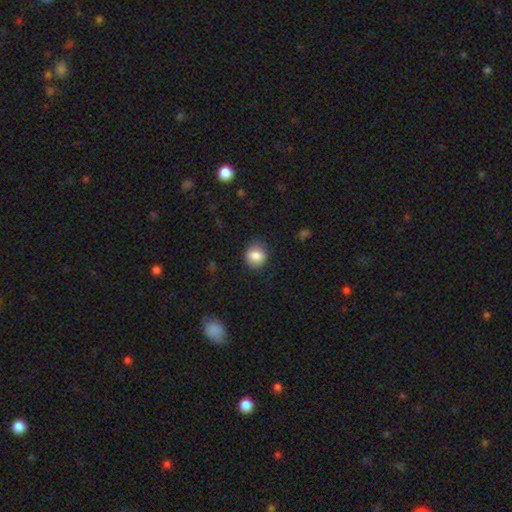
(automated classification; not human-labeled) Smooth or featured: smooth — 84% (star or artifact — 9%)
How rounded: round — 79% (in between — 21%)
Merging: none — 82% (minor disturbance — 13%)